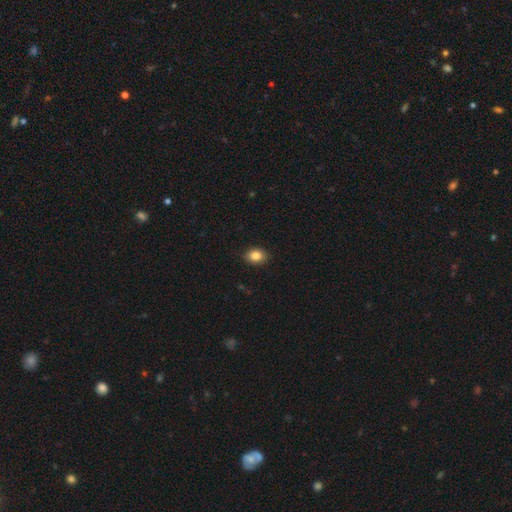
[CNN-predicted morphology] This appears to be a smooth galaxy with no disk features (85%) that is in between round and cigar-shaped (67%). Merging: none (89%).